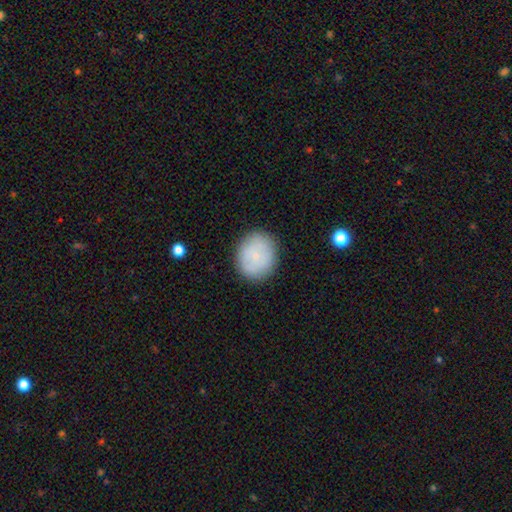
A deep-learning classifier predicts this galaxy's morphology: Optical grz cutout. It shows a smooth galaxy with no disk features (76%) that is round (64%). Merging: none (84%).